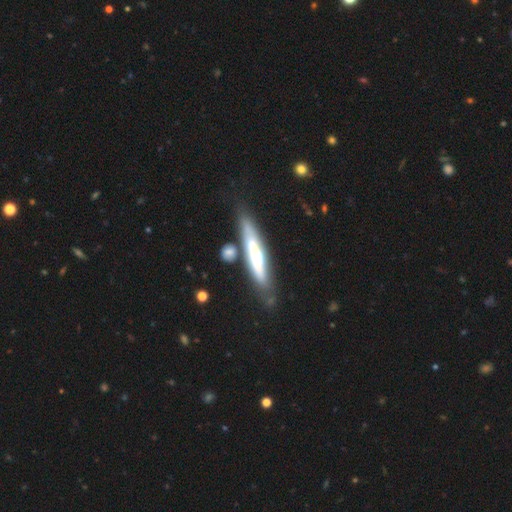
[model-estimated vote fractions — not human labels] A featured or disk galaxy (54%) viewed edge-on (78%). Merging: none (66%).